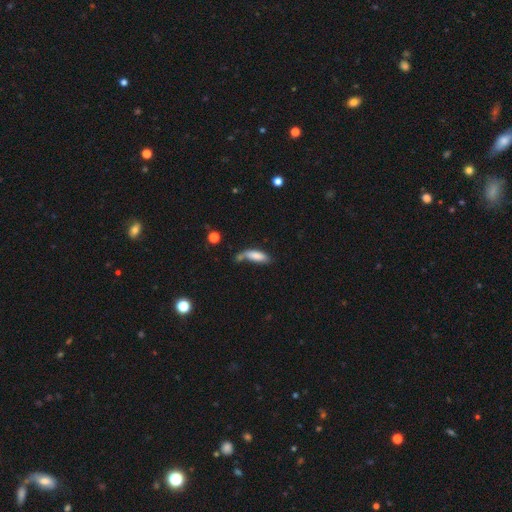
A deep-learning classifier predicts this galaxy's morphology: Overall: smooth (80%). How rounded: in between (58%; cigar-shaped 40%). Merging: none (39%; minor disturbance 26%).